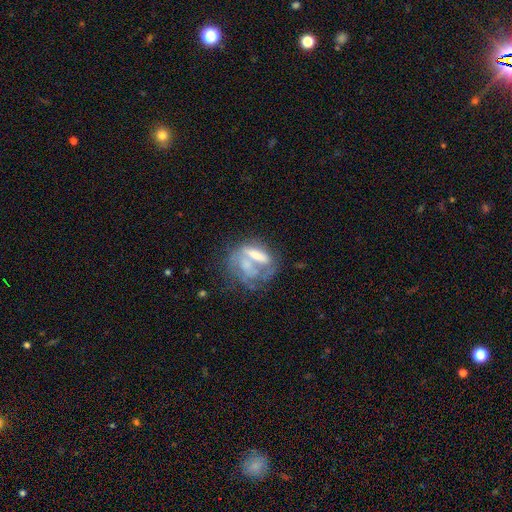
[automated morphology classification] Smooth or featured? featured or disk (54%)
Edge-on disk? no (90%)
Merging? none (30%)